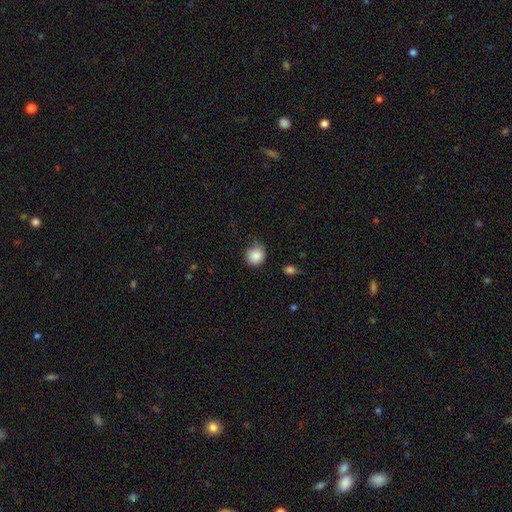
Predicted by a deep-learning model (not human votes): Morphology: type=smooth (87%); roundness=round (87%); merging=none (58%).